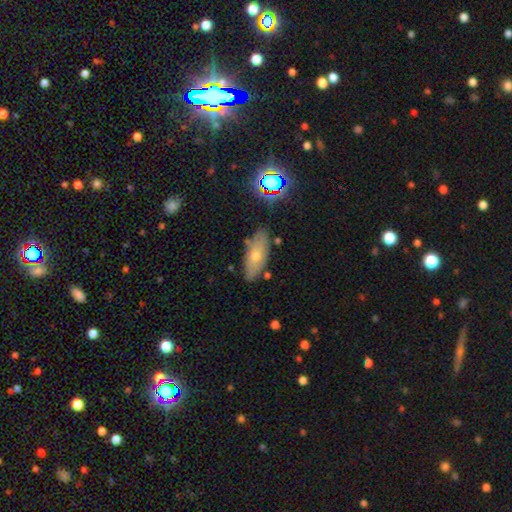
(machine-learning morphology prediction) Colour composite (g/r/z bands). It shows a smooth galaxy with no disk features (55%) that is in between round and cigar-shaped (76%). Merging: none (81%).